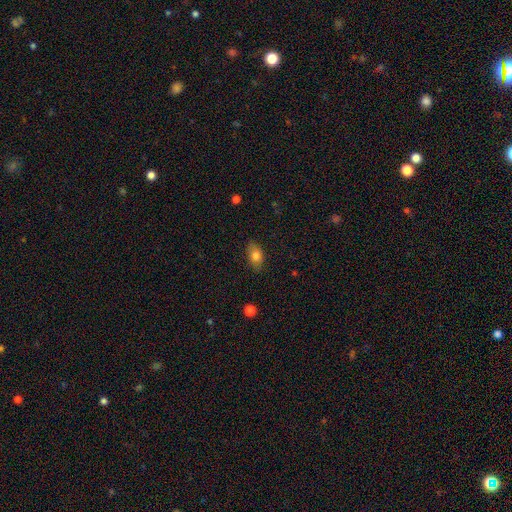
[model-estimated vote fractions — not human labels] Overall: smooth (80%). How rounded: in between (84%). Merging: none (82%).